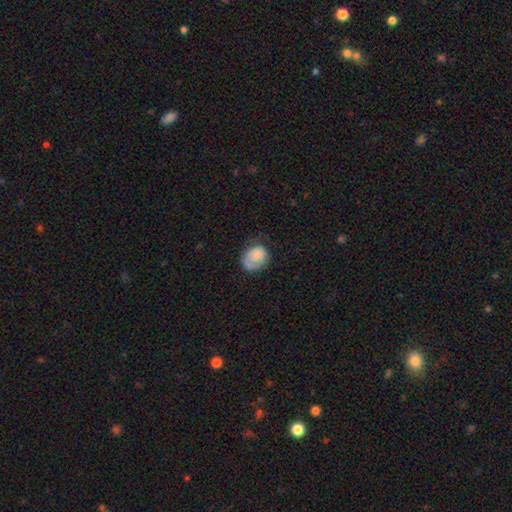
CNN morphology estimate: Smooth or featured?
  - smooth: 76% *
  - featured or disk: 17%
  - star or artifact: 7%
How rounded?
  - round: 56% *
  - in between: 43%
  - cigar-shaped: 1%
Merging?
  - none: 50% *
  - minor disturbance: 31%
  - major disturbance: 17%
  - merger: 2%